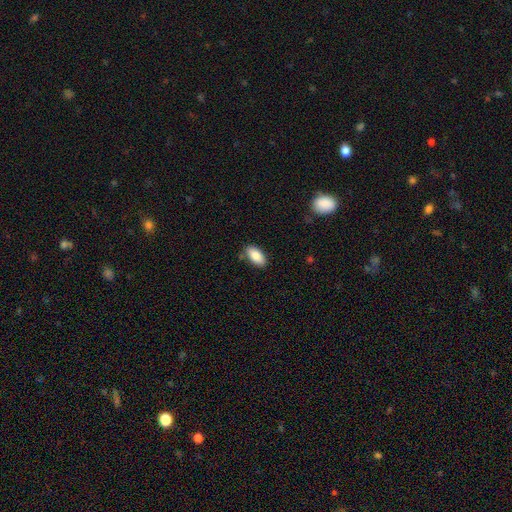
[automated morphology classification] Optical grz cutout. It shows a smooth galaxy with no disk features (87%) that is in between round and cigar-shaped (93%). Merging: none (82%).